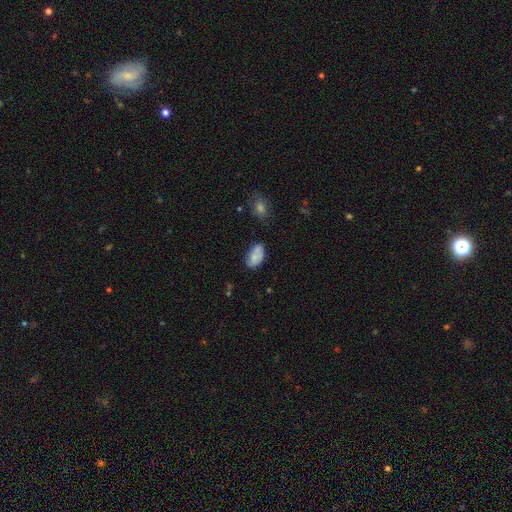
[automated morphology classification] A smooth galaxy with no disk features (72%) that is in between round and cigar-shaped (93%). Merging: none (60%).